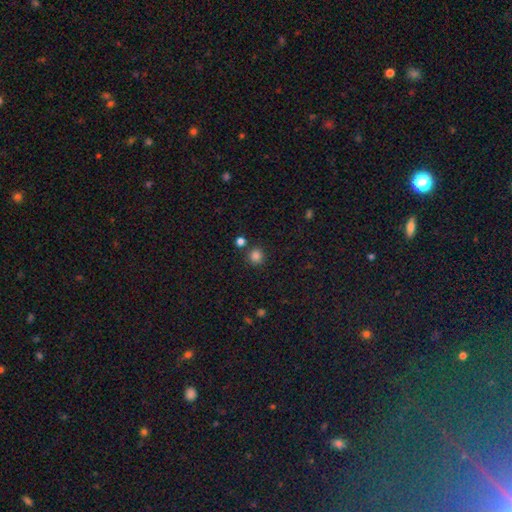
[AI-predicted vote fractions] Smooth or featured? smooth (83%)
How rounded? round (91%)
Merging? none (82%)